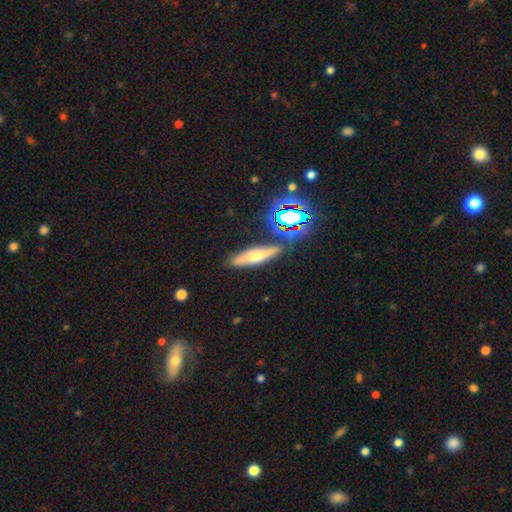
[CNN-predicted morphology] featured or disk 40%, smooth 38%, star or artifact 23%. Down the decision tree: merging — none (80%).